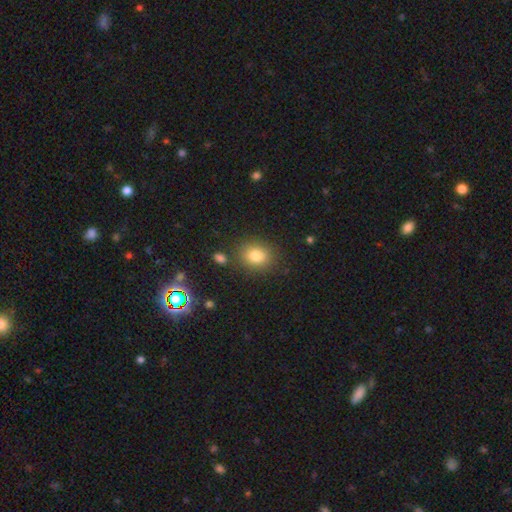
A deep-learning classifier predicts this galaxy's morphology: A smooth galaxy with no disk features (82%) that is round (60%).

Vote fractions:
- Smooth or featured? smooth: 82% / star or artifact: 11% / featured or disk: 7%
- How rounded? round: 60% / in between: 39% / cigar-shaped: 1%
- Merging? none: 82% / minor disturbance: 10% / merger: 5% / major disturbance: 4%